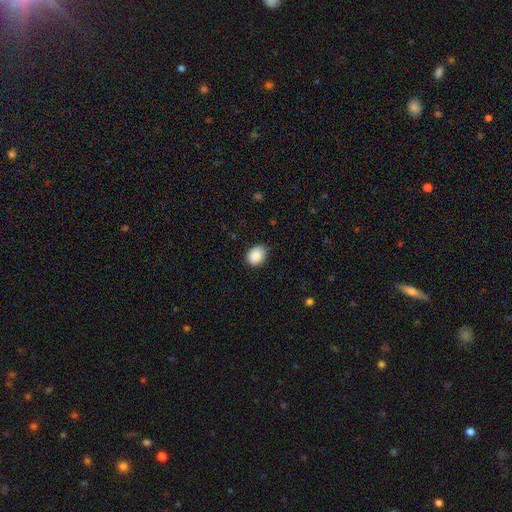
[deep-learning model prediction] This is clearly a smooth galaxy (87%). How rounded: possibly in between (54%). Merging: clearly none (82%).